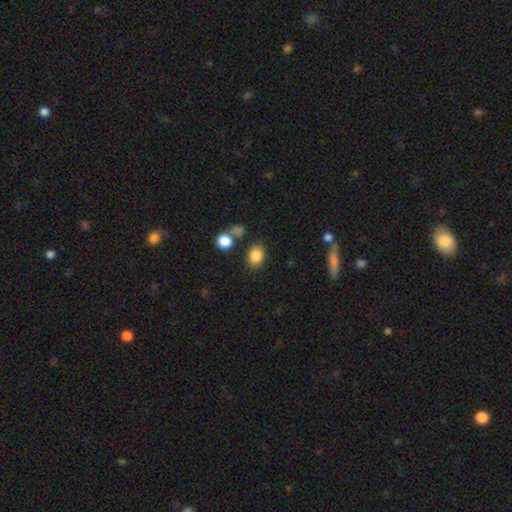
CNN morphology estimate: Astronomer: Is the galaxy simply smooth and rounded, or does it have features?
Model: smooth — 85%.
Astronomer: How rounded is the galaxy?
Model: in between — 65%.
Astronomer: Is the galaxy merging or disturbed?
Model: none — 77%.